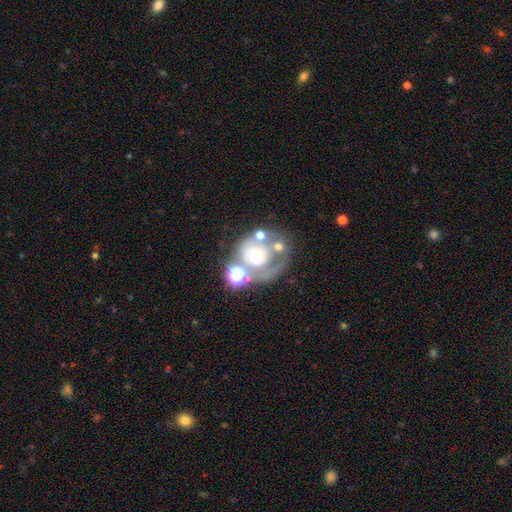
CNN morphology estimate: The model was most divided on "merging": none: 37%, major disturbance: 24%, merger: 22%, minor disturbance: 17%. Remaining: edge-on disk — no (97%); bar — no (82%); spiral arms — no (68%); smooth or featured — featured or disk (56%); bulge size — moderate (40%).